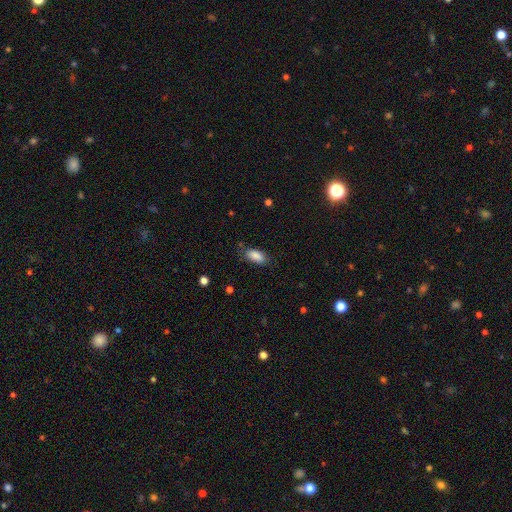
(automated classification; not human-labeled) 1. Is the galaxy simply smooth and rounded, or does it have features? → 87% smooth, 7% star or artifact, 5% featured or disk.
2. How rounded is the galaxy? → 88% in between, 9% cigar-shaped, 3% round.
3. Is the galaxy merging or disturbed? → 78% none, 16% minor disturbance, 4% major disturbance, 2% merger.